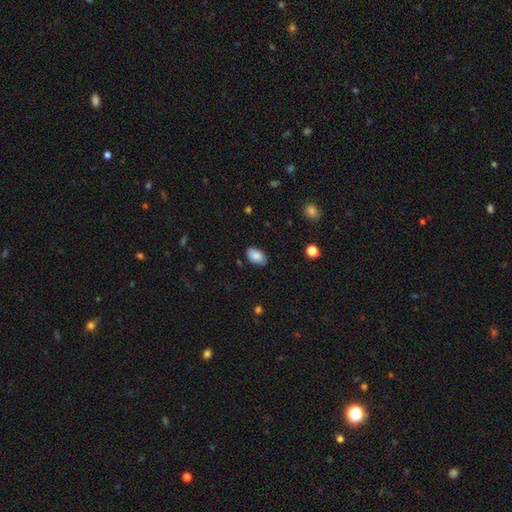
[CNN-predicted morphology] Smooth or featured? smooth (85%)
How rounded? in between (92%)
Merging? none (80%)